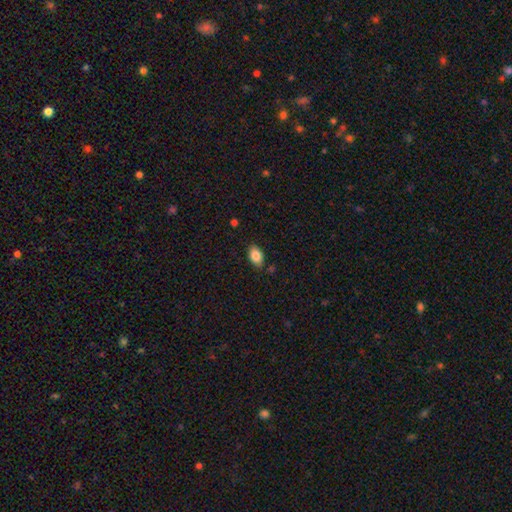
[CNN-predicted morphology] smooth_or_featured: smooth (p=0.85) [alt: star or artifact p=0.08]
how_rounded: in between (p=0.90) [alt: round p=0.08]
merging: none (p=0.83) [alt: minor disturbance p=0.12]